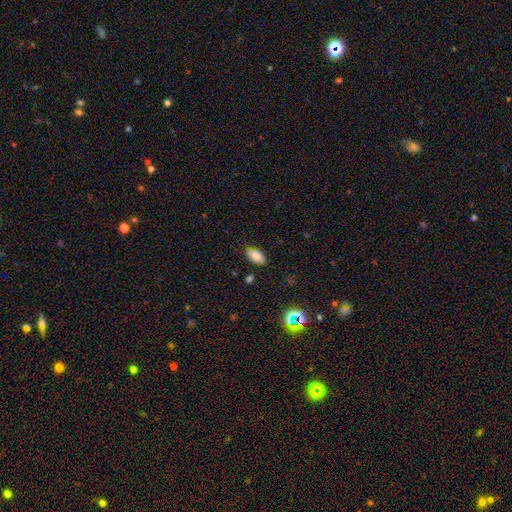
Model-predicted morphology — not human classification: A smooth galaxy with no disk features (81%) that is in between round and cigar-shaped (94%). Merging: none (81%).